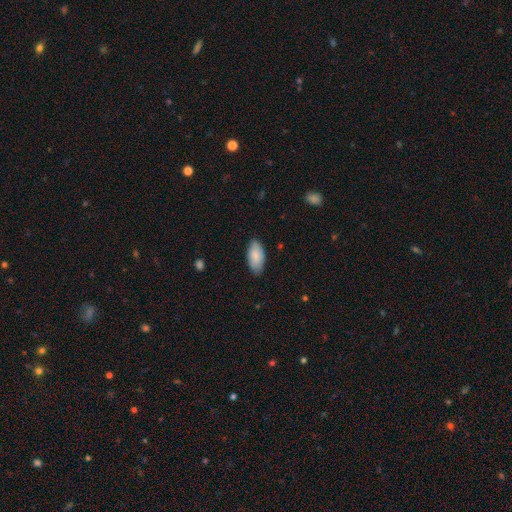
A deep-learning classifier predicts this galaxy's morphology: smooth-or-featured: smooth: 85% | featured or disk: 9% | star or artifact: 6%
  how-rounded: in between: 95% | cigar-shaped: 3% | round: 2%
  merging: none: 80% | minor disturbance: 17% | major disturbance: 3% | merger: 1%